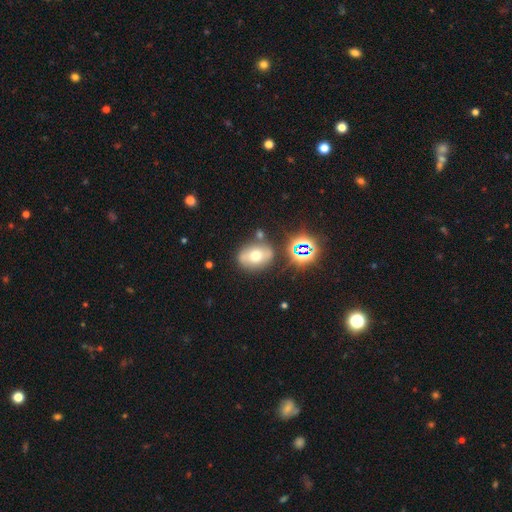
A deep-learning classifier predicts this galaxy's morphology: Q: Smooth or featured?
A: smooth (54%); runner-up: featured or disk (29%)
Q: How rounded?
A: in between (59%); runner-up: round (39%)
Q: Merging?
A: none (73%); runner-up: minor disturbance (14%)